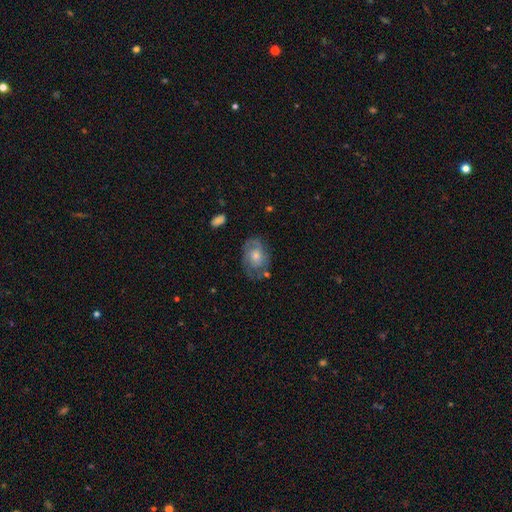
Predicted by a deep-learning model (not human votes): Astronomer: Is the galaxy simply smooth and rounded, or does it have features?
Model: featured or disk — 68%.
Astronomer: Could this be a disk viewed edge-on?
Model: no — 96%.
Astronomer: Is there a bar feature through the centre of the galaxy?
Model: no — 75%.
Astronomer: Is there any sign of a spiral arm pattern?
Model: yes — 82%.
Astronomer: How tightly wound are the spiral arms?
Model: tight — 53% (runner-up: medium, 35%).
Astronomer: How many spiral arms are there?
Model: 2 — 46% (runner-up: can't tell, 33%).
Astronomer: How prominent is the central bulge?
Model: moderate — 60%.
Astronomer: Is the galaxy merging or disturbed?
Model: none — 68%.